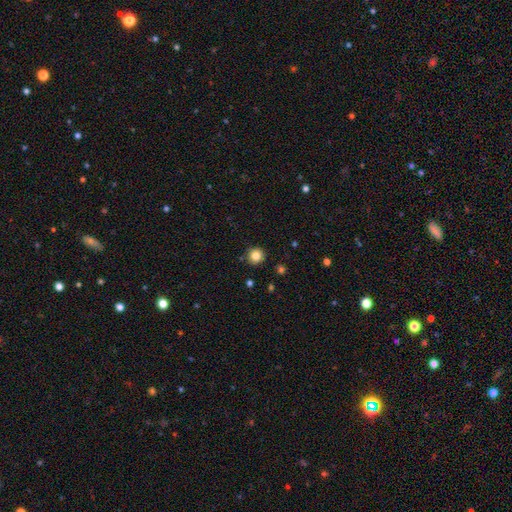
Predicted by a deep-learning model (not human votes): Q: Smooth or featured?
A: smooth (83%); runner-up: star or artifact (11%)
Q: How rounded?
A: round (95%); runner-up: in between (4%)
Q: Merging?
A: none (91%); runner-up: minor disturbance (6%)